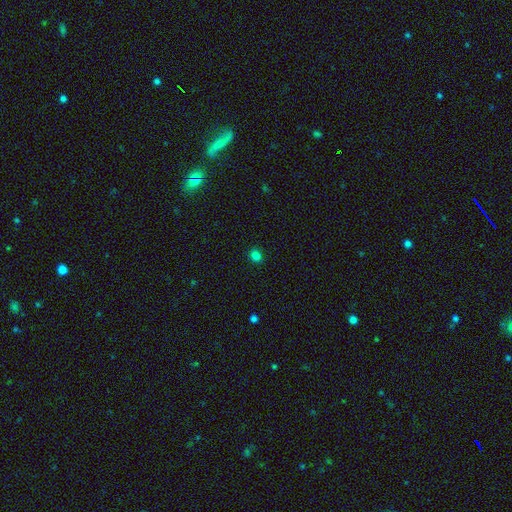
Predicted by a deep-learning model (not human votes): smooth 81%, star or artifact 16%, featured or disk 4%. Down the decision tree: how rounded — round (75%); merging — none (91%).